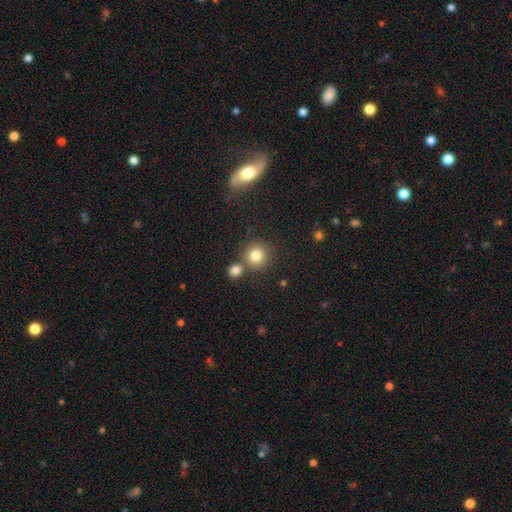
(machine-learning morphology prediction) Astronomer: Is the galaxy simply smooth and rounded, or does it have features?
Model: smooth — 80%.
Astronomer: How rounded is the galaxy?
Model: round — 92%.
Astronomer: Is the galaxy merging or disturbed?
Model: none — 71%.